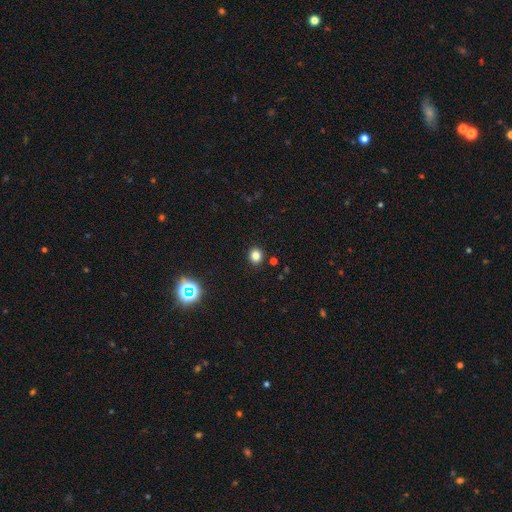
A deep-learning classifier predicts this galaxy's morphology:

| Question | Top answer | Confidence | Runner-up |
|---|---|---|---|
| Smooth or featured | smooth | 80% | star or artifact (15%) |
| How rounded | round | 84% | in between (15%) |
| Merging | none | 91% | minor disturbance (5%) |